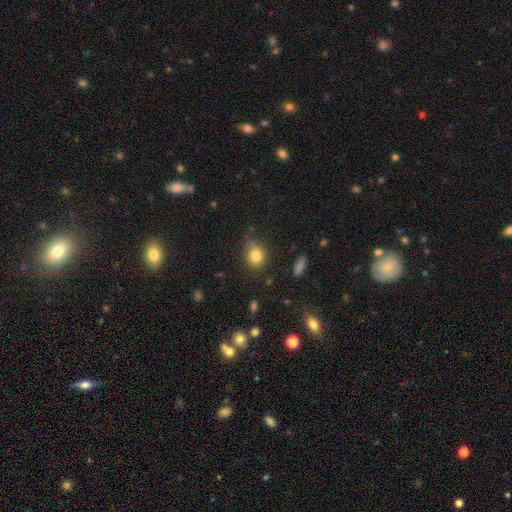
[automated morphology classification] A smooth galaxy with no disk features (81%) that is round (52%). Merging: none (71%).